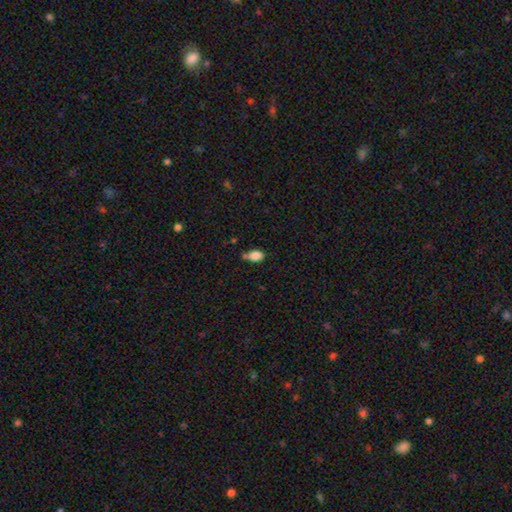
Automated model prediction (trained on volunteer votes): Smooth or featured: smooth — 86% (star or artifact — 9%)
How rounded: in between — 85% (round — 13%)
Merging: none — 64% (minor disturbance — 21%)